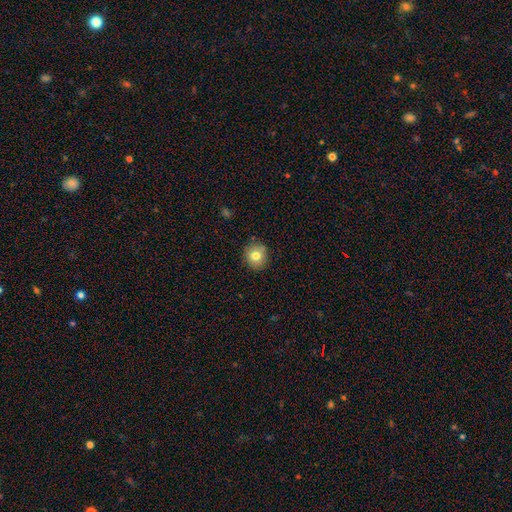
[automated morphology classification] Smooth or featured?
  - smooth: 77% *
  - featured or disk: 12%
  - star or artifact: 10%
How rounded?
  - round: 86% *
  - in between: 13%
  - cigar-shaped: 1%
Merging?
  - none: 85% *
  - minor disturbance: 11%
  - major disturbance: 2%
  - merger: 2%